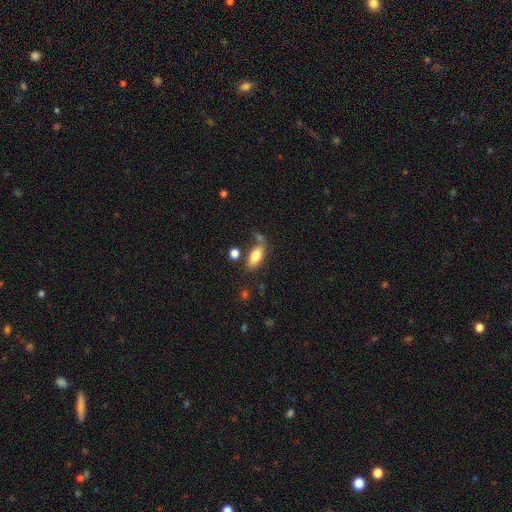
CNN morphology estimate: Smooth or featured?
  - smooth: 77% *
  - featured or disk: 15%
  - star or artifact: 8%
How rounded?
  - in between: 85% *
  - cigar-shaped: 11%
  - round: 4%
Merging?
  - none: 57% *
  - minor disturbance: 19%
  - merger: 15%
  - major disturbance: 9%